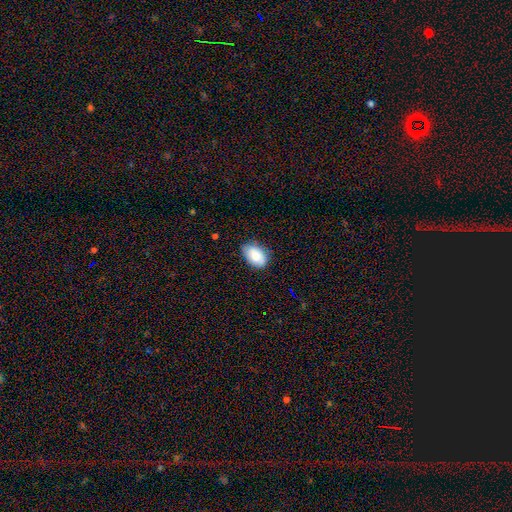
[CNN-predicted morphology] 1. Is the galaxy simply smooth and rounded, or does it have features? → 81% smooth, 12% featured or disk, 7% star or artifact.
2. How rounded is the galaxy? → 90% in between, 9% round, 1% cigar-shaped.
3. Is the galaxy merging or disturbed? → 78% none, 18% minor disturbance, 3% major disturbance, 1% merger.